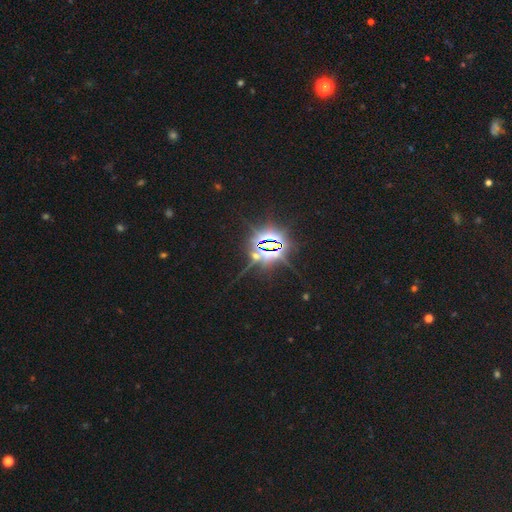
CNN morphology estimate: Overall: star or artifact (85%).